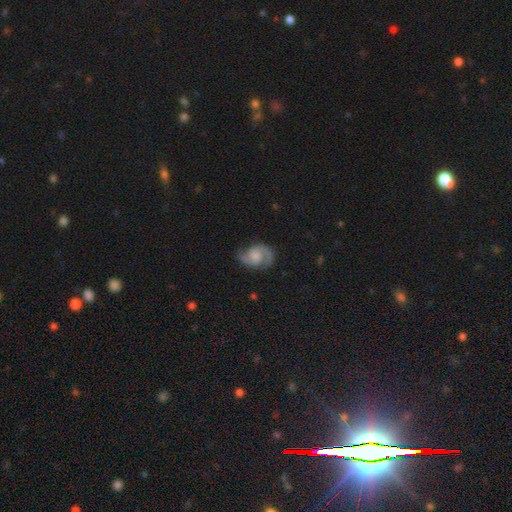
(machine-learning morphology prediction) Q: Smooth or featured?
A: featured or disk (85%); runner-up: smooth (10%)
Q: Edge-on disk?
A: no (98%); runner-up: yes (2%)
Q: Bar?
A: no (57%); runner-up: weak (37%)
Q: Spiral arms?
A: yes (97%); runner-up: no (3%)
Q: Spiral winding?
A: medium (56%); runner-up: loose (22%)
Q: Spiral arm count?
A: 2 (92%); runner-up: can't tell (3%)
Q: Bulge size?
A: moderate (30%); runner-up: none (29%)
Q: Merging?
A: none (75%); runner-up: minor disturbance (17%)